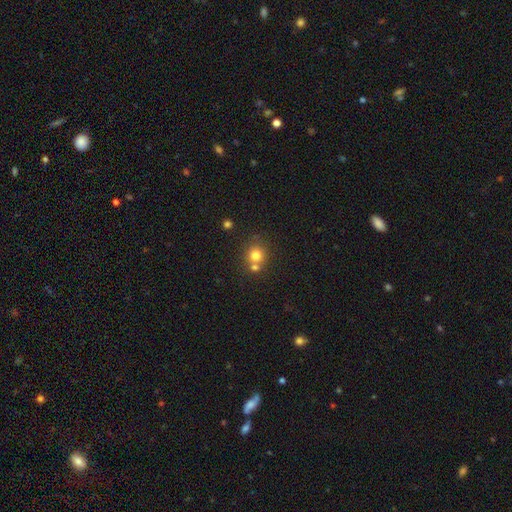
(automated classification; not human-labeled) smooth_or_featured: smooth (p=0.77) [alt: star or artifact p=0.13]
how_rounded: round (p=0.88) [alt: in between p=0.11]
merging: none (p=0.58) [alt: merger p=0.32]